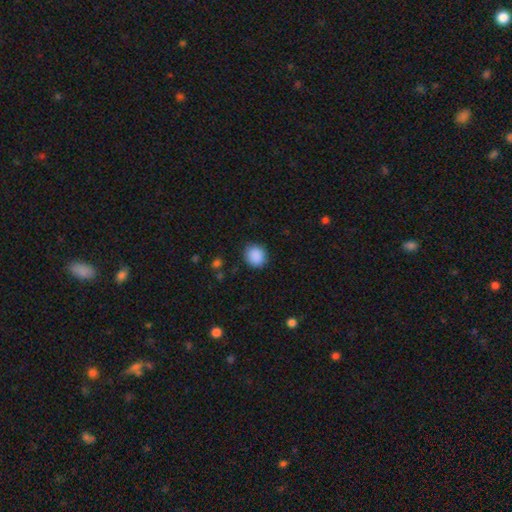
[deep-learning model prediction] This appears to be a smooth galaxy with no disk features (90%) that is round (81%). Merging: none (88%).